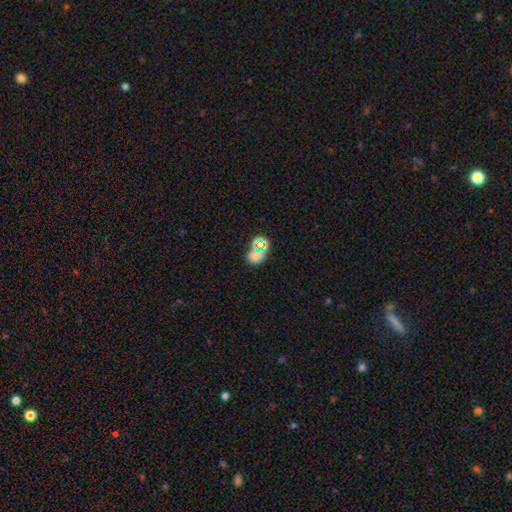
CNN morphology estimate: Q: Smooth or featured?
A: smooth (62%); runner-up: star or artifact (30%)
Q: How rounded?
A: round (51%); runner-up: in between (48%)
Q: Merging?
A: none (64%); runner-up: merger (18%)